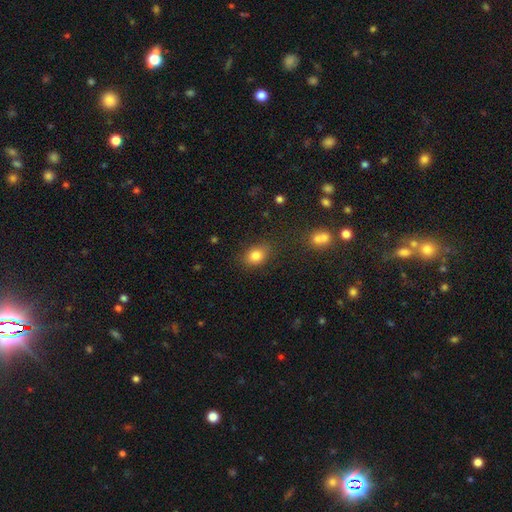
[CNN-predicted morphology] smooth 82%, star or artifact 11%, featured or disk 7%. Down the decision tree: how rounded — in between (60%); merging — none (79%).